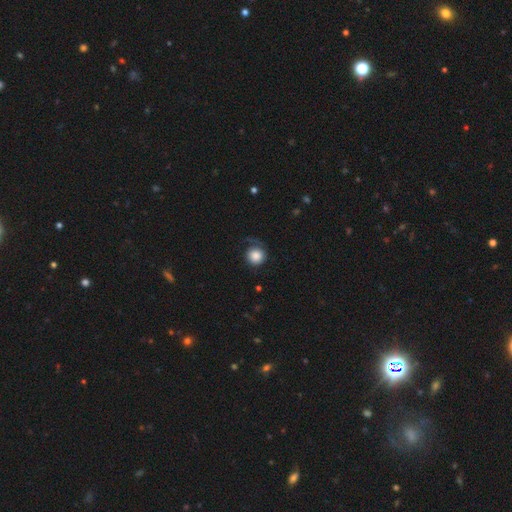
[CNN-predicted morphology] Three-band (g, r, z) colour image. It shows a smooth galaxy with no disk features (81%) that is round (91%). Merging: none (58%).